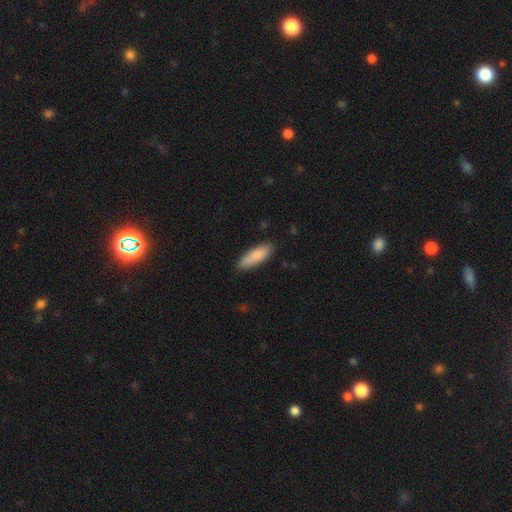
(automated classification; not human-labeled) smooth_or_featured: smooth (p=0.86) [alt: featured or disk p=0.09]
how_rounded: in between (p=0.57) [alt: cigar-shaped p=0.42]
merging: none (p=0.83) [alt: minor disturbance p=0.14]